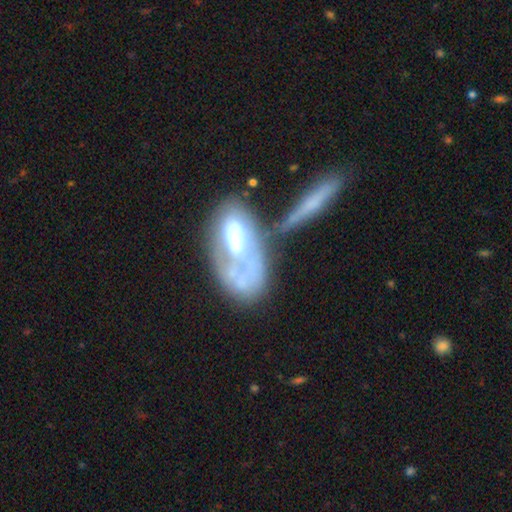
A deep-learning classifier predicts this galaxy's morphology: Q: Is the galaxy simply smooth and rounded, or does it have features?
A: featured or disk — 54%.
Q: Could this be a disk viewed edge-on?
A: no — 89%.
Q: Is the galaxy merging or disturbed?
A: merger — 37%.